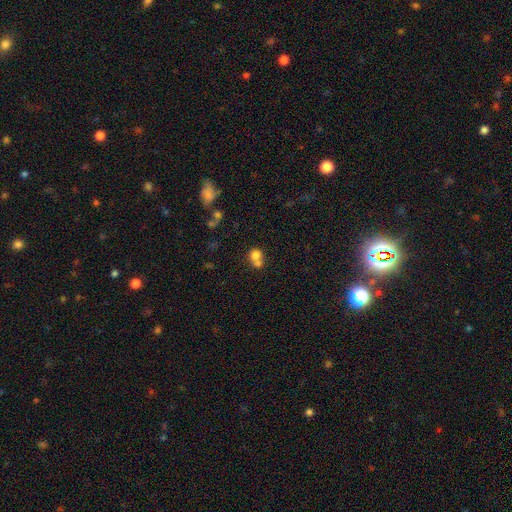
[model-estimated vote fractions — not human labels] A smooth galaxy with no disk features (74%) that is round (78%).

Vote fractions:
- Smooth or featured? smooth: 74% / featured or disk: 14% / star or artifact: 12%
- How rounded? round: 78% / in between: 21% / cigar-shaped: 1%
- Merging? merger: 57% / none: 33% / minor disturbance: 7% / major disturbance: 3%